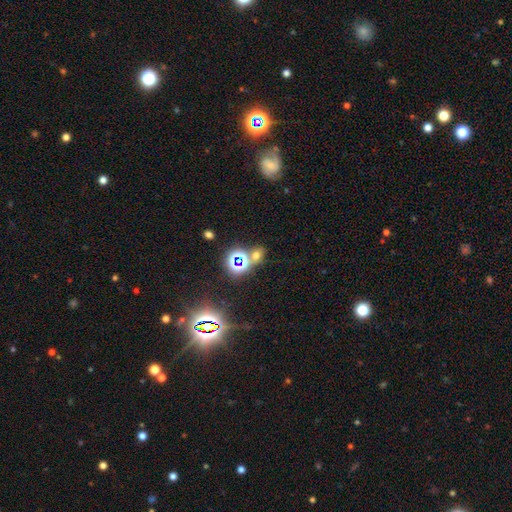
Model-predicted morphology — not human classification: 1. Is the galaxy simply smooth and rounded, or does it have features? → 46% smooth, 45% star or artifact, 9% featured or disk.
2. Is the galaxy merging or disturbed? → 64% none, 21% merger, 10% minor disturbance, 5% major disturbance.